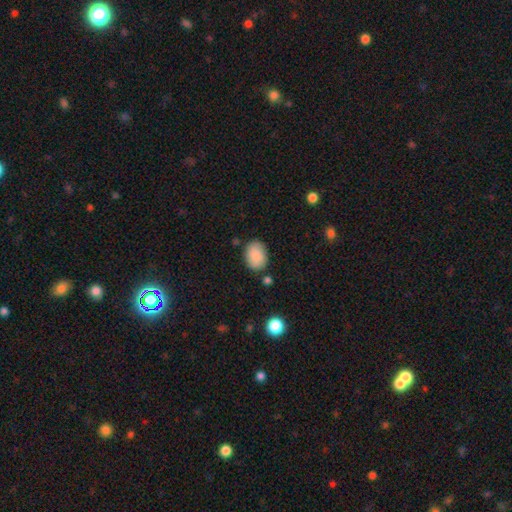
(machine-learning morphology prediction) A smooth galaxy with no disk features (89%) that is in between round and cigar-shaped (76%).

Vote fractions:
- Smooth or featured? smooth: 89% / star or artifact: 7% / featured or disk: 4%
- How rounded? in between: 76% / round: 23% / cigar-shaped: 1%
- Merging? none: 79% / minor disturbance: 15% / major disturbance: 3% / merger: 3%